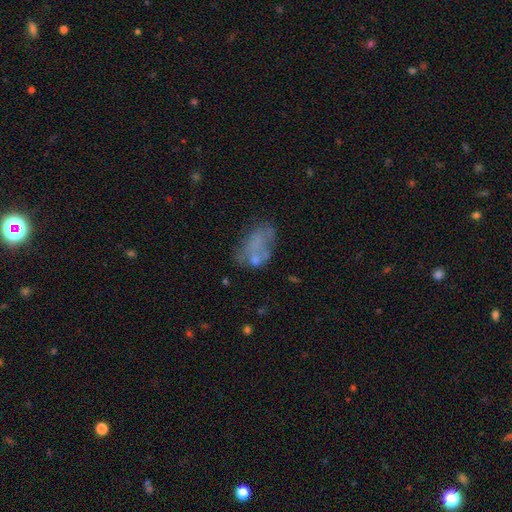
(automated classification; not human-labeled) Smooth or featured? smooth (51%)
How rounded? in between (86%)
Merging? none (34%)